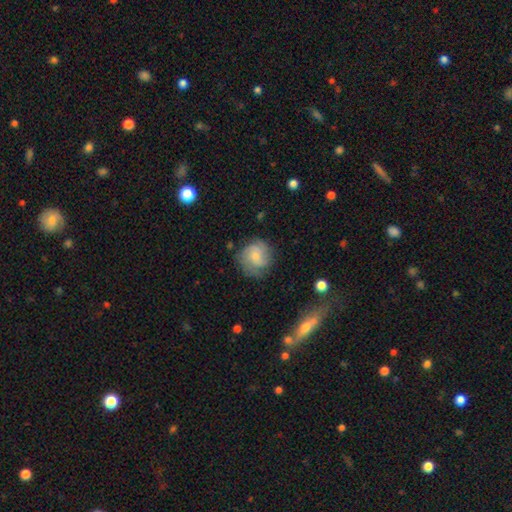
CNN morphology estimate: Smooth or featured?
  - featured or disk: 51% *
  - smooth: 41%
  - star or artifact: 8%
Edge-on disk?
  - no: 98% *
  - yes: 2%
Merging?
  - none: 69% *
  - minor disturbance: 21%
  - major disturbance: 8%
  - merger: 2%